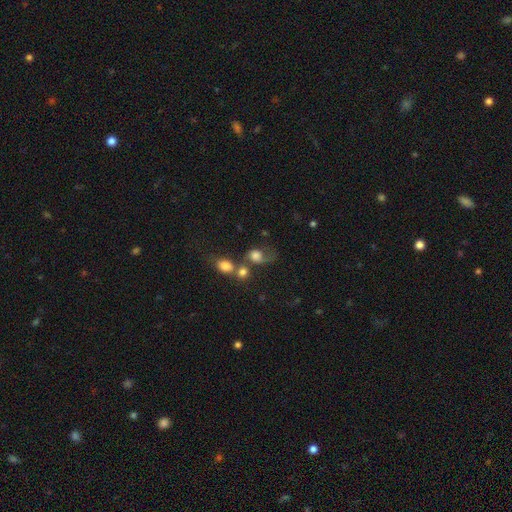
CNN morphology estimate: smooth-or-featured: smooth: 68% | featured or disk: 21% | star or artifact: 11%
  how-rounded: round: 60% | in between: 38% | cigar-shaped: 1%
  merging: merger: 37% | none: 26% | major disturbance: 23% | minor disturbance: 14%